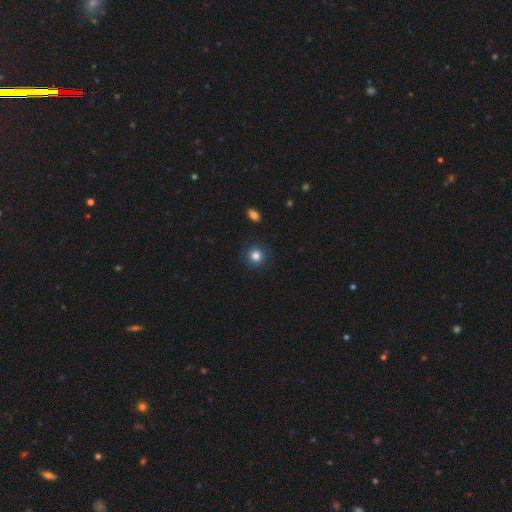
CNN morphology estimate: A smooth galaxy with no disk features (84%) that is round (92%). Merging: none (91%).